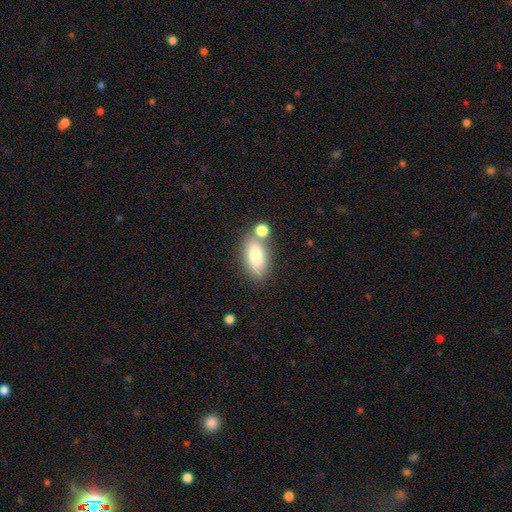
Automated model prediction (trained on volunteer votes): Q: Smooth or featured?
A: smooth (82%); runner-up: featured or disk (11%)
Q: How rounded?
A: in between (87%); runner-up: cigar-shaped (8%)
Q: Merging?
A: none (62%); runner-up: merger (20%)